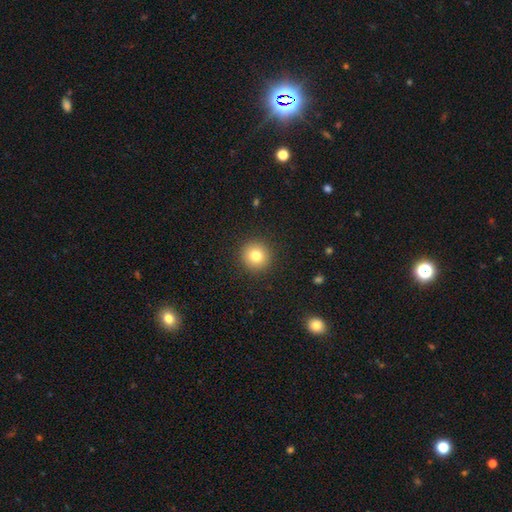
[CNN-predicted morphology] The model was most divided on "smooth or featured": smooth: 79%, star or artifact: 11%, featured or disk: 9%. More confident: how rounded — round (95%); merging — none (92%).